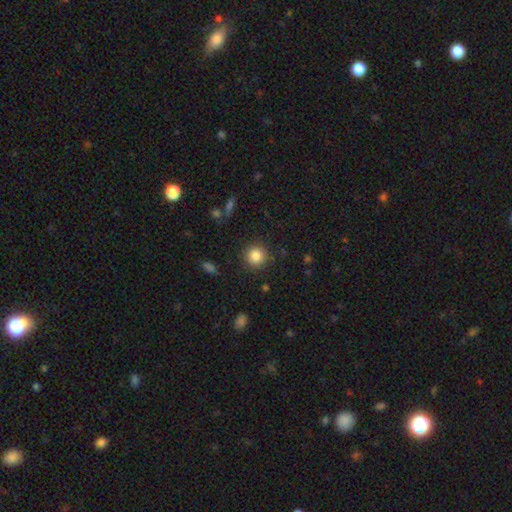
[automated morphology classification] Q: Smooth or featured?
A: smooth (85%); runner-up: star or artifact (10%)
Q: How rounded?
A: round (92%); runner-up: in between (7%)
Q: Merging?
A: none (88%); runner-up: minor disturbance (8%)